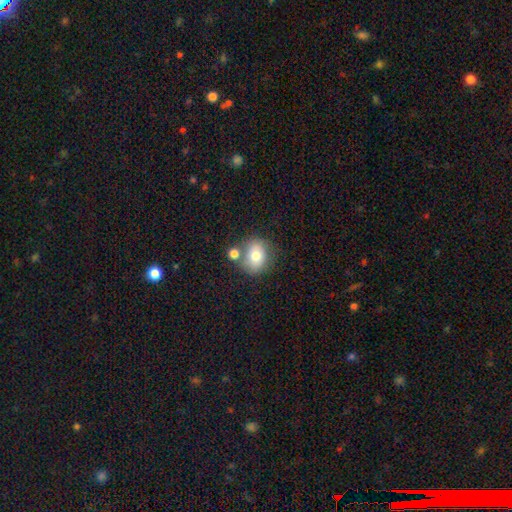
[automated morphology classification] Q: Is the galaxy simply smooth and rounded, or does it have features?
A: smooth — 73%.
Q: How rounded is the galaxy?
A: round — 59%.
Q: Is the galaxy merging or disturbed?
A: none — 59%.